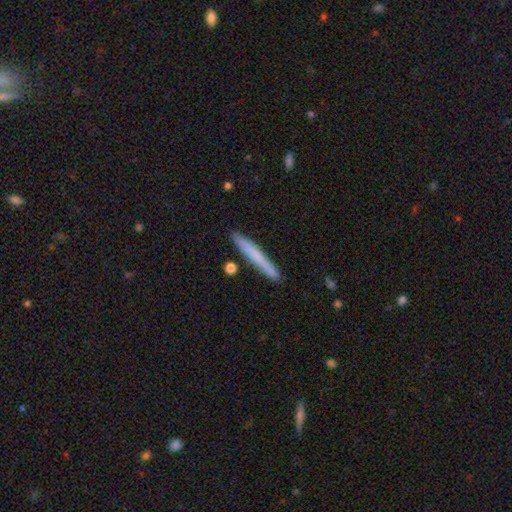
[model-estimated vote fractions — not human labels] Smooth or featured? smooth (69%)
How rounded? cigar-shaped (97%)
Merging? none (89%)